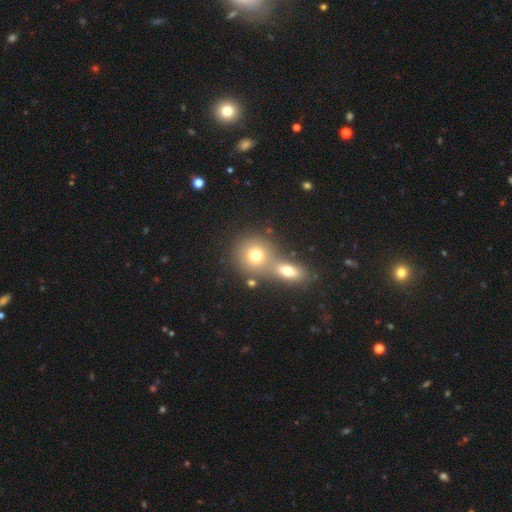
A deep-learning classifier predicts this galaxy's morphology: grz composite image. It shows a smooth galaxy with no disk features (74%) that is round (83%). Merging: merger (47%).